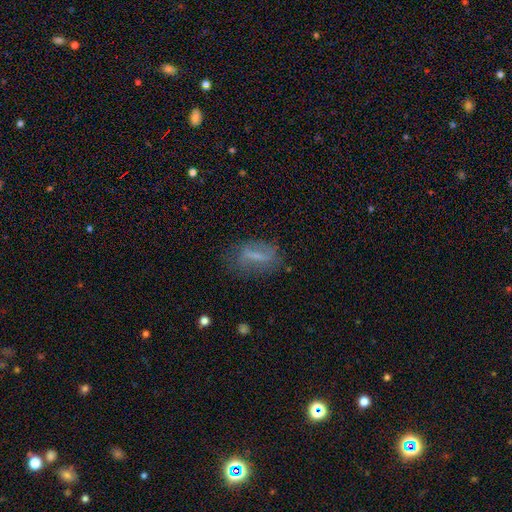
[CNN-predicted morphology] A smooth galaxy with no disk features (46%). Merging: none (64%).